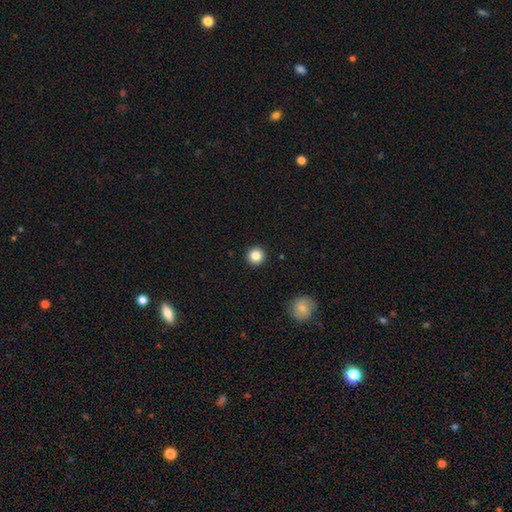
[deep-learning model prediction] A smooth galaxy with no disk features (85%) that is round (96%). Merging: none (93%).